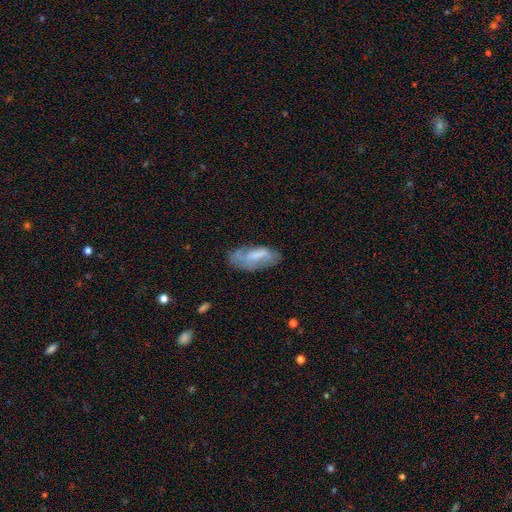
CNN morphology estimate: smooth 49%, featured or disk 43%, star or artifact 8%. Down the decision tree: merging — none (55%).